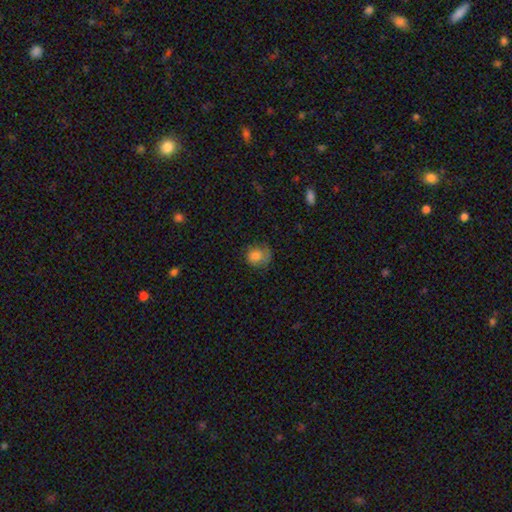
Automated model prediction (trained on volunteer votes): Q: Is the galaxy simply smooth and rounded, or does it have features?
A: smooth — 72%.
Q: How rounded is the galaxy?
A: round — 78%.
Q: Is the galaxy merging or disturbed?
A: none — 58%.